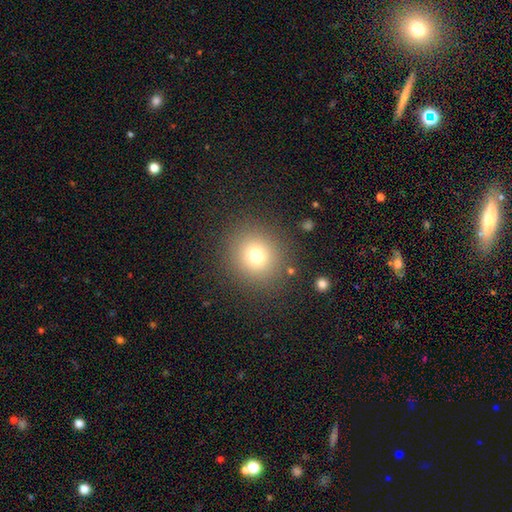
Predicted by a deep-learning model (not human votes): smooth 74%, star or artifact 16%, featured or disk 10%. Down the decision tree: how rounded — round (88%); merging — none (87%).